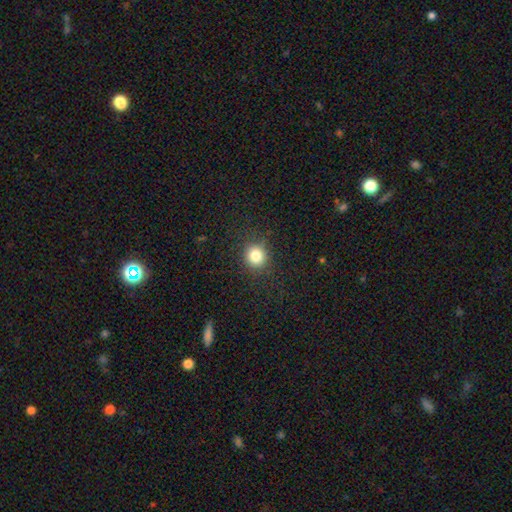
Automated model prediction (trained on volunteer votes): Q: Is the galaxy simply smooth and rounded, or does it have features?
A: smooth — 82%.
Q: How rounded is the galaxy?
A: round — 88%.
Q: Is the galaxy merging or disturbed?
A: none — 87%.